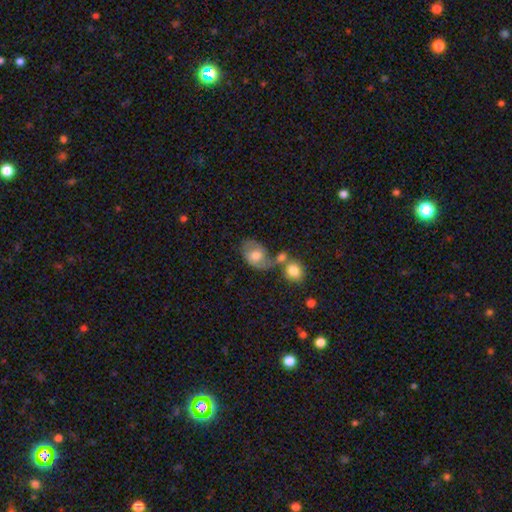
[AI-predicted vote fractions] A smooth galaxy with no disk features (53%) that is in between round and cigar-shaped (74%). Merging: merger (36%).